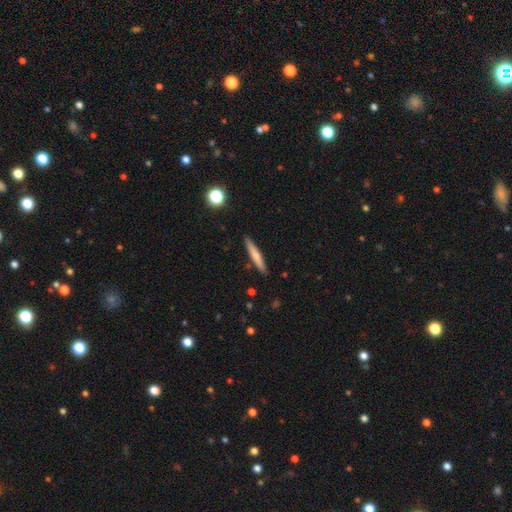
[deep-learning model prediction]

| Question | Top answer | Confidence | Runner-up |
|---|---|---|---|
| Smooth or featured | smooth | 66% | featured or disk (28%) |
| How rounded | cigar-shaped | 94% | in between (5%) |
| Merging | none | 89% | minor disturbance (8%) |